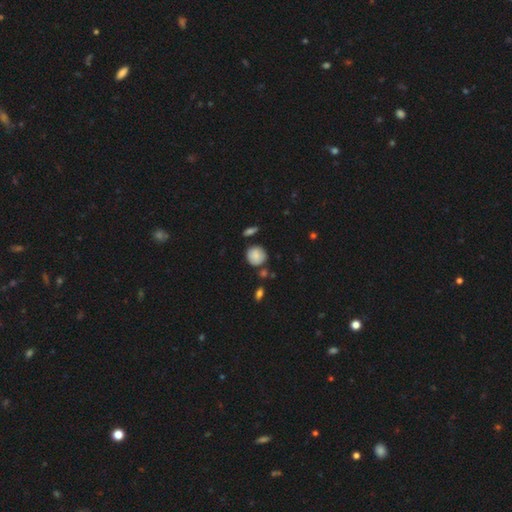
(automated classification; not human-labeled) Smooth or featured? smooth (82%)
How rounded? round (88%)
Merging? none (75%)